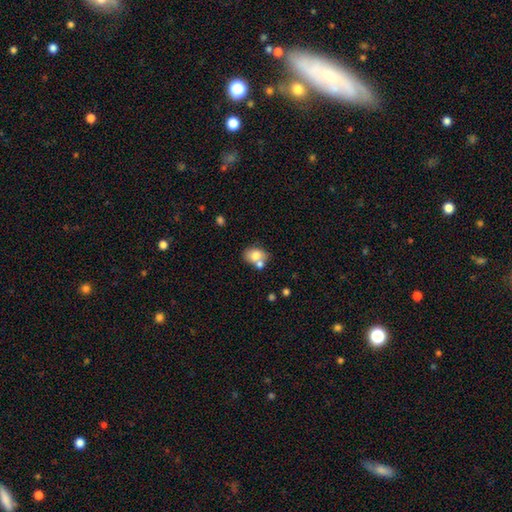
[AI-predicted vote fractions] A smooth galaxy with no disk features (74%) that is in between round and cigar-shaped (62%).

Vote fractions:
- Smooth or featured? smooth: 74% / featured or disk: 17% / star or artifact: 9%
- How rounded? in between: 62% / round: 37% / cigar-shaped: 1%
- Merging? none: 50% / merger: 32% / minor disturbance: 14% / major disturbance: 4%